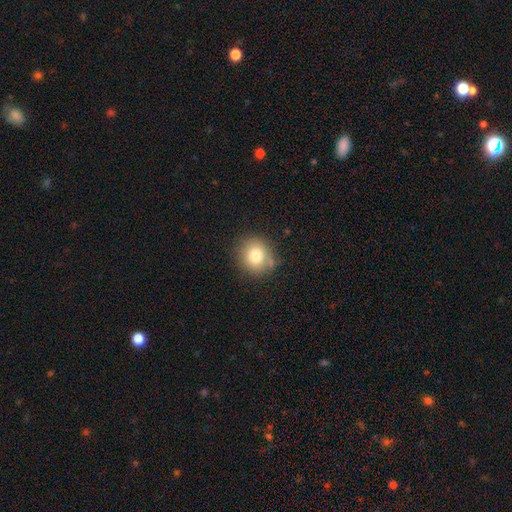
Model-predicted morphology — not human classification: This is likely a smooth galaxy (79%). How rounded: clearly round (85%). Merging: likely none (79%).